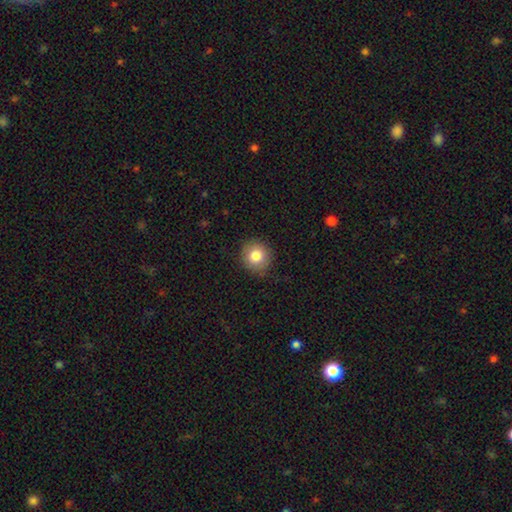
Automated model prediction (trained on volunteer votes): Smooth or featured?
  - smooth: 82% *
  - star or artifact: 9%
  - featured or disk: 8%
How rounded?
  - round: 89% *
  - in between: 10%
  - cigar-shaped: 1%
Merging?
  - none: 87% *
  - minor disturbance: 10%
  - major disturbance: 3%
  - merger: 1%